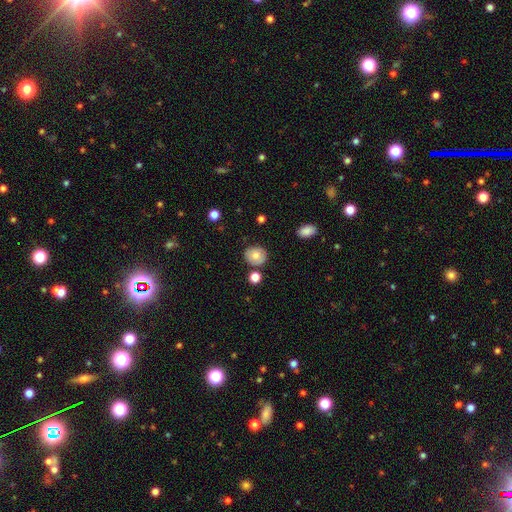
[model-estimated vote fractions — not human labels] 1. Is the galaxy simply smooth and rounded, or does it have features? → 77% smooth, 14% featured or disk, 9% star or artifact.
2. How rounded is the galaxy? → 78% round, 21% in between, 1% cigar-shaped.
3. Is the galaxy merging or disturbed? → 81% none, 11% minor disturbance, 6% merger, 3% major disturbance.